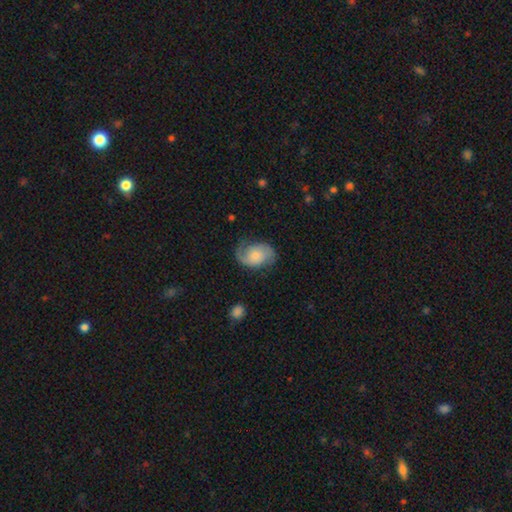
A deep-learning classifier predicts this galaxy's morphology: Q: Smooth or featured?
A: featured or disk (68%); runner-up: smooth (26%)
Q: Edge-on disk?
A: no (97%); runner-up: yes (3%)
Q: Bar?
A: no (70%); runner-up: weak (26%)
Q: Spiral arms?
A: yes (92%); runner-up: no (8%)
Q: Spiral winding?
A: medium (45%); runner-up: loose (30%)
Q: Spiral arm count?
A: 2 (82%); runner-up: 1 (9%)
Q: Bulge size?
A: moderate (44%); runner-up: small (38%)
Q: Merging?
A: none (67%); runner-up: minor disturbance (21%)